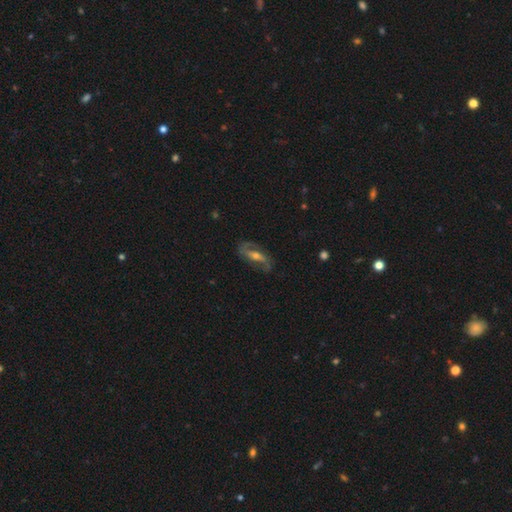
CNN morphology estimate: The model was most divided on "bar" (2-way tie): weak: 38%, strong: 38%, no: 25%. Remaining: spiral arms — yes (91%); edge-on disk — no (89%); spiral arm count — 2 (87%); smooth or featured — featured or disk (80%); merging — none (72%); bulge size — moderate (56%); spiral winding — medium (44%).